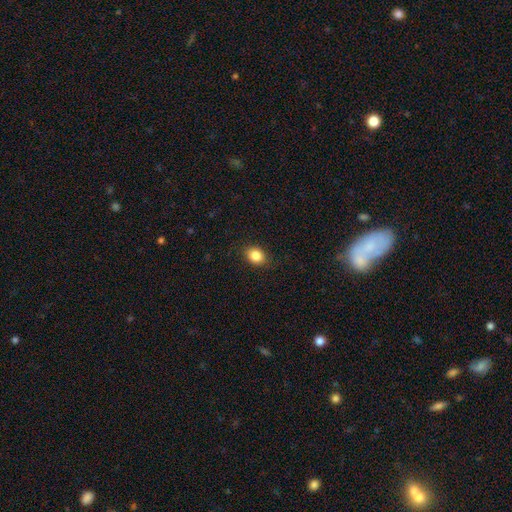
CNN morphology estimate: smooth_or_featured: smooth (p=0.86) [alt: star or artifact p=0.09]
how_rounded: in between (p=0.58) [alt: round p=0.41]
merging: none (p=0.87) [alt: minor disturbance p=0.10]